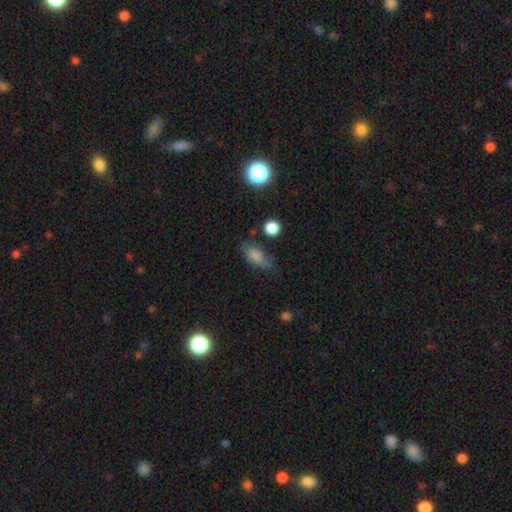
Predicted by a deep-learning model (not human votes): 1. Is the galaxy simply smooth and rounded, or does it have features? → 80% smooth, 10% featured or disk, 9% star or artifact.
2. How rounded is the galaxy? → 82% in between, 11% cigar-shaped, 7% round.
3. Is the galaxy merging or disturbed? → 59% none, 28% minor disturbance, 9% major disturbance, 4% merger.